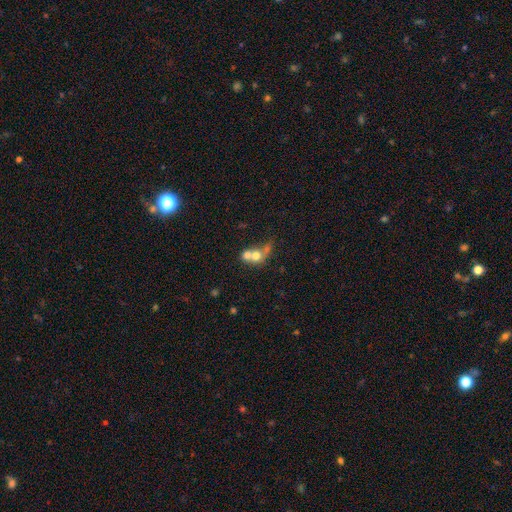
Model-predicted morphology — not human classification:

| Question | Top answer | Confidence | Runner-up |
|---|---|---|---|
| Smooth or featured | smooth | 63% | featured or disk (25%) |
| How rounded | round | 67% | in between (32%) |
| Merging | merger | 70% | none (18%) |